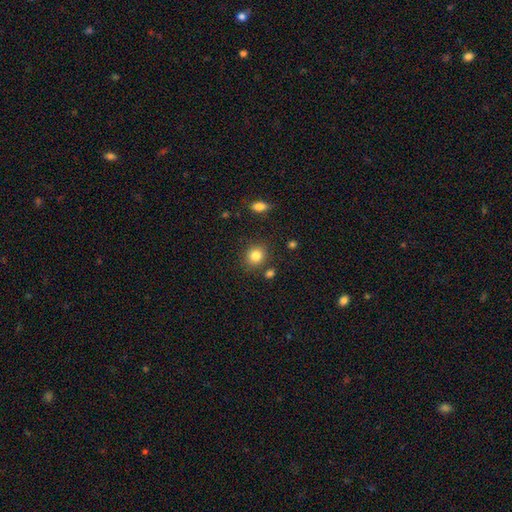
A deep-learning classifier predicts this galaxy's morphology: type=smooth (84%); roundness=round (74%); merging=none (81%).